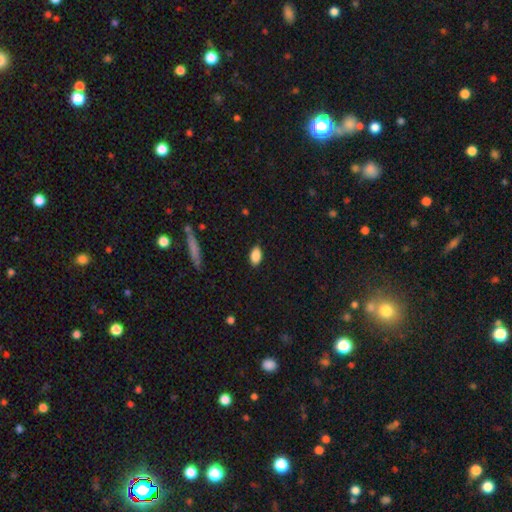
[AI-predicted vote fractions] The model was most divided on "merging": none: 86%, minor disturbance: 11%, major disturbance: 2%, merger: 1%. More confident: how rounded — in between (91%); smooth or featured — smooth (88%).